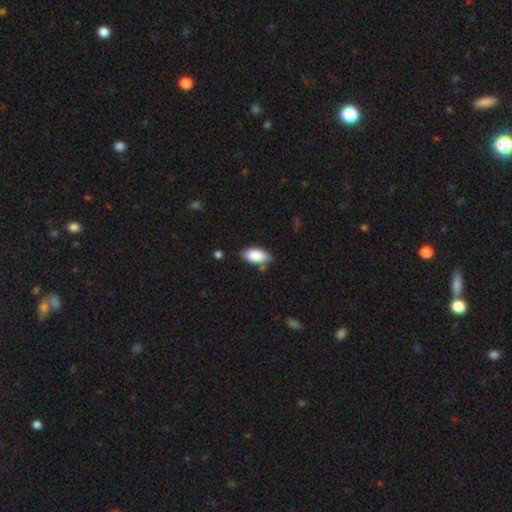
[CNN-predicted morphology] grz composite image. It shows a smooth galaxy with no disk features (88%) that is in between round and cigar-shaped (93%). Merging: none (78%).